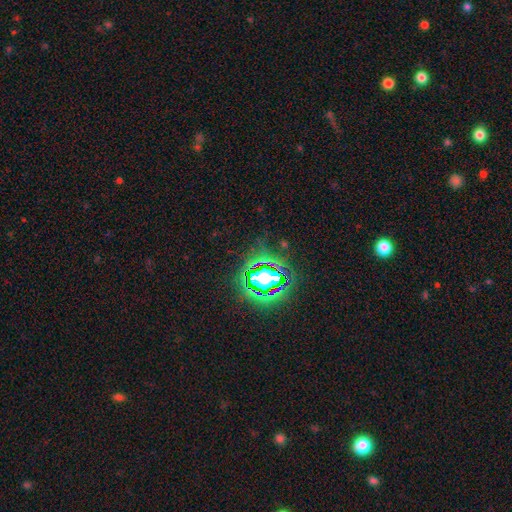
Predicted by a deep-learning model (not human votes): A star or artifact, not a galaxy (81%).

Vote fractions:
- Smooth or featured? star or artifact: 81% / smooth: 11% / featured or disk: 8%